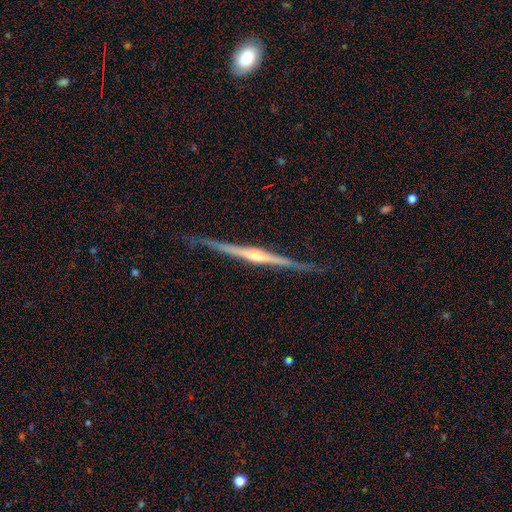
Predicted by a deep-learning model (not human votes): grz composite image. It shows a featured or disk galaxy (87%) viewed edge-on (98%) with a rounded central bulge (78%). Merging: none (85%).